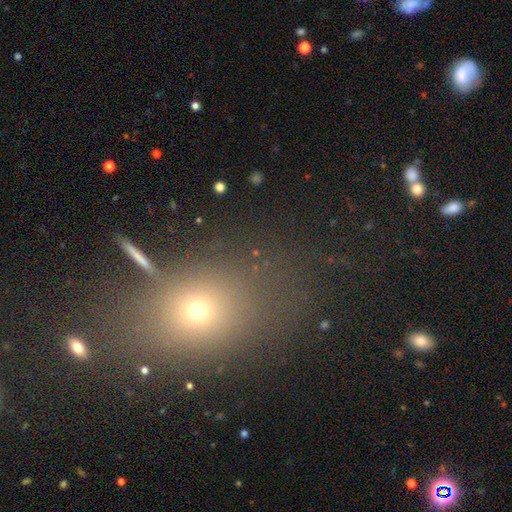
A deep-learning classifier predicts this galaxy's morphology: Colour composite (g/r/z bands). It shows a smooth galaxy with no disk features (55%) that is in between round and cigar-shaped (55%). Merging: none (77%).